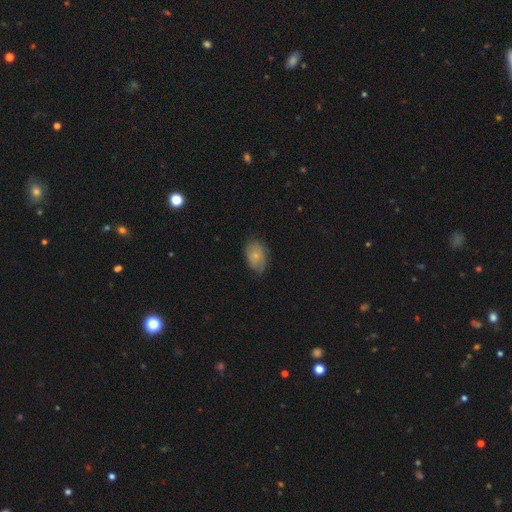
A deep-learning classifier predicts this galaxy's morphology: Smooth or featured: smooth — 73% (featured or disk — 20%)
How rounded: in between — 85% (round — 13%)
Merging: none — 70% (minor disturbance — 24%)